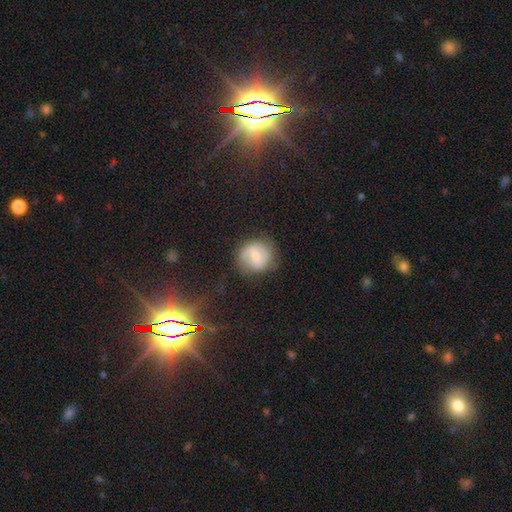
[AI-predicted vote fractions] Smooth or featured?
  - smooth: 47% *
  - featured or disk: 45%
  - star or artifact: 8%
Merging?
  - none: 70% *
  - minor disturbance: 20%
  - major disturbance: 9%
  - merger: 2%